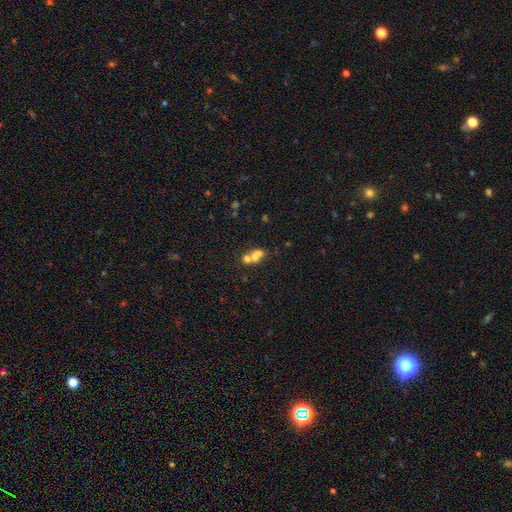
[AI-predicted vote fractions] smooth-or-featured: smooth: 55% | featured or disk: 25% | star or artifact: 20%
  how-rounded: round: 58% | in between: 40% | cigar-shaped: 2%
  merging: merger: 61% | none: 27% | minor disturbance: 7% | major disturbance: 5%